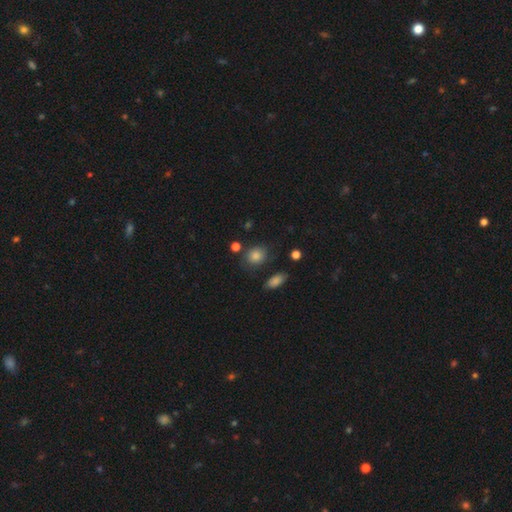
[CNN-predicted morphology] This is clearly a smooth galaxy (82%). How rounded: likely round (66%). Merging: likely none (74%).